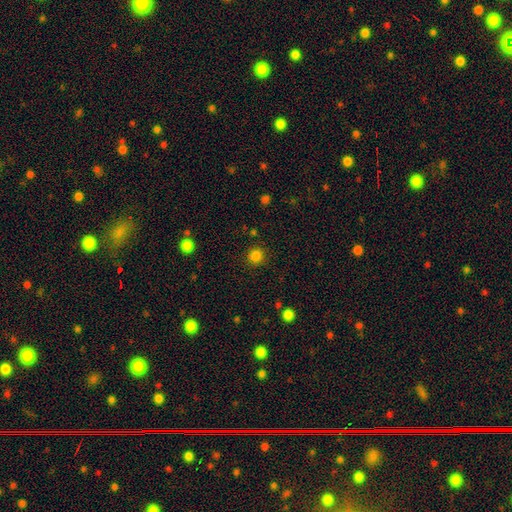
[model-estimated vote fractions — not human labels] Morphology: type=smooth (83%); roundness=round (92%); merging=none (89%).